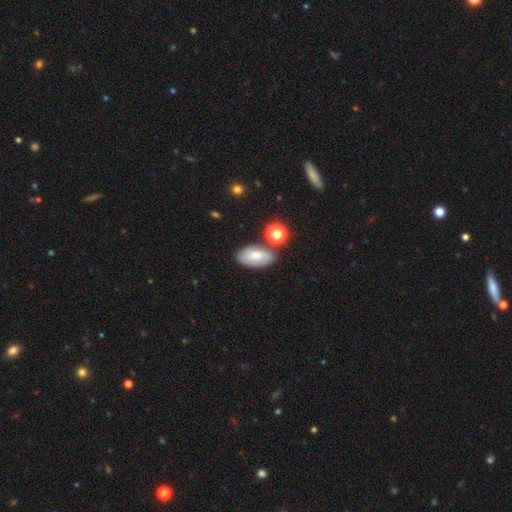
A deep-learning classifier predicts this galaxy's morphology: This is possibly a smooth galaxy (55%). How rounded: clearly in between (91%). Merging: likely none (68%).